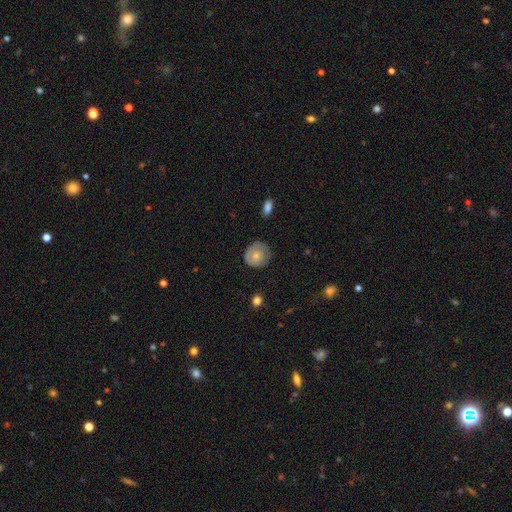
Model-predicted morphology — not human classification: Smooth or featured? smooth (62%)
How rounded? round (87%)
Merging? none (73%)